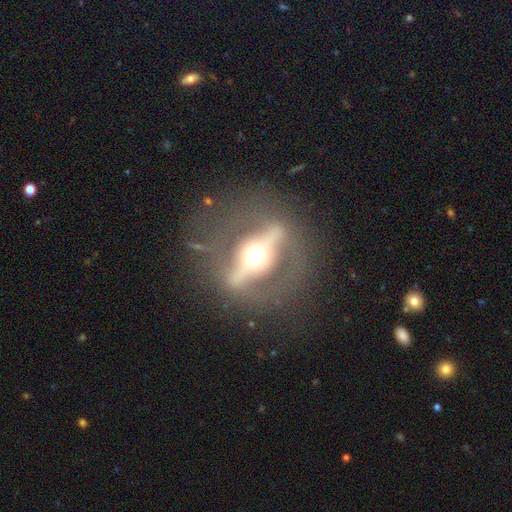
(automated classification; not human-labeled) Overall: featured or disk (80%). Edge-on disk: yes (55%; no 45%). Merging: none (76%).